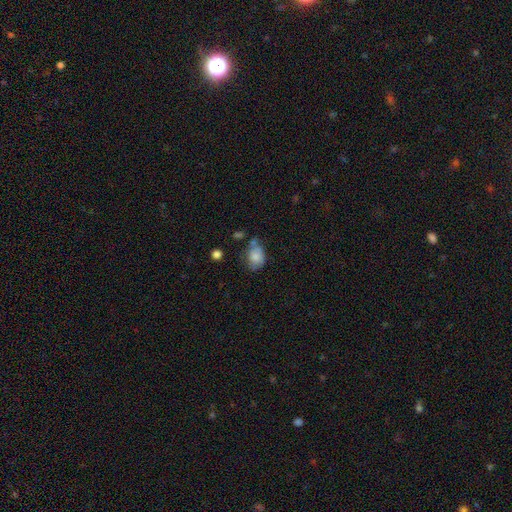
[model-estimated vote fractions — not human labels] This appears to be a smooth galaxy with no disk features (79%) that is in between round and cigar-shaped (58%). Merging: none (46%).